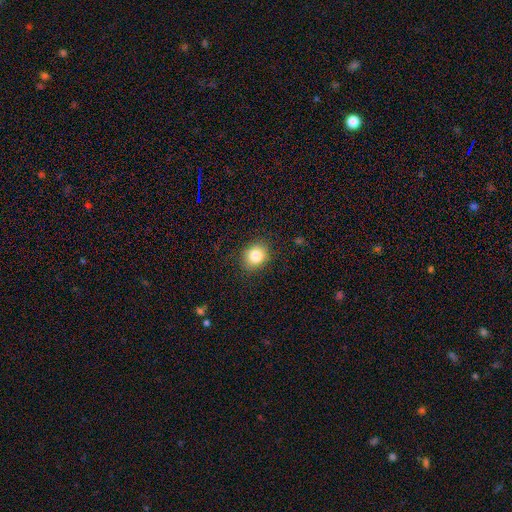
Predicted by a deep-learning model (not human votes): Smooth or featured: smooth — 83% (star or artifact — 10%)
How rounded: round — 64% (in between — 35%)
Merging: none — 87% (minor disturbance — 9%)